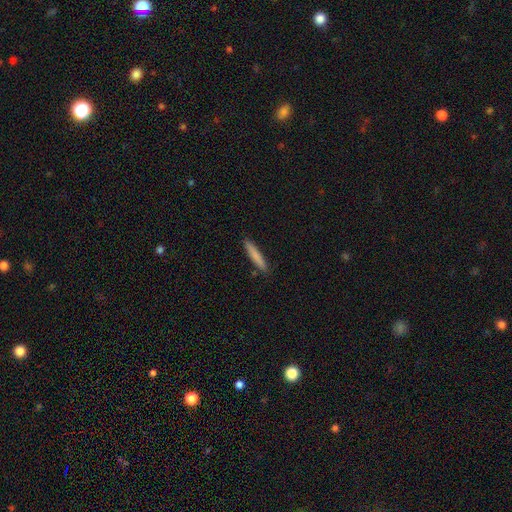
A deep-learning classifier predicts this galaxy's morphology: The model was most divided on "smooth or featured": smooth: 80%, featured or disk: 14%, star or artifact: 6%. More confident: how rounded — cigar-shaped (93%); merging — none (88%).